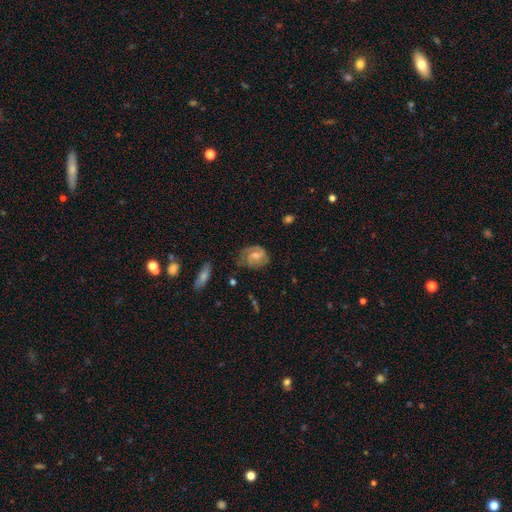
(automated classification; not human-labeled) This is likely a featured or disk galaxy (63%). It is clearly not viewed edge-on (96%). Bar: possibly no (49%). Spiral arm pattern: clearly yes (88%). Spiral arm count: possibly 2 (59%). Spiral winding: possibly tight (46%). Central bulge: possibly moderate (56%). Merging: likely none (62%).